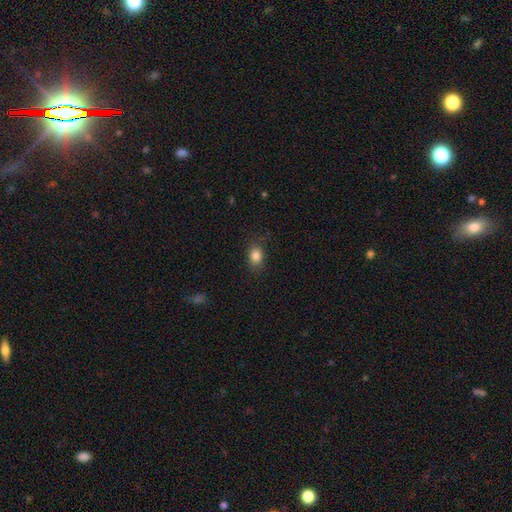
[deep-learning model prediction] This is clearly a smooth galaxy (84%). How rounded: likely in between (60%). Merging: clearly none (81%).